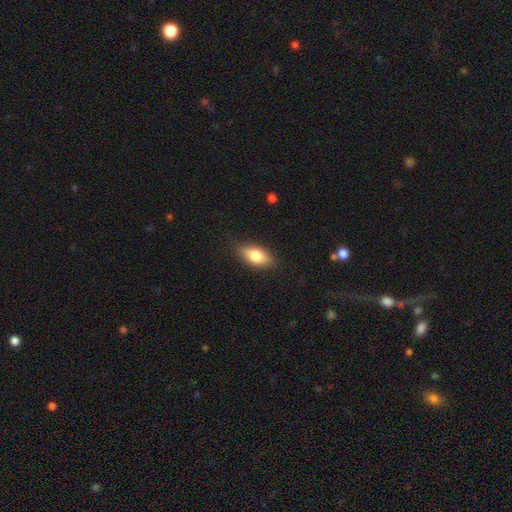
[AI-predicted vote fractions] smooth 79%, featured or disk 14%, star or artifact 7%. Down the decision tree: how rounded — in between (88%); merging — none (86%).